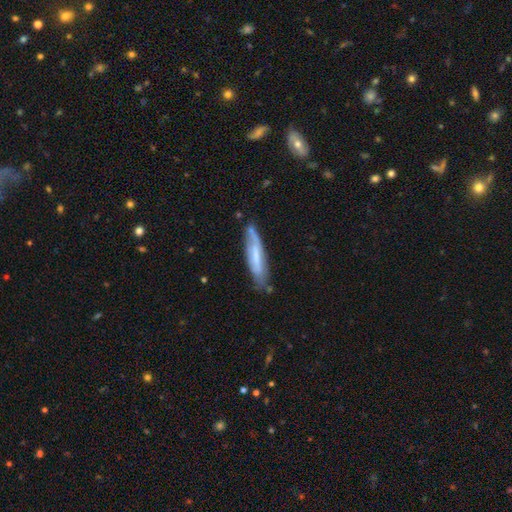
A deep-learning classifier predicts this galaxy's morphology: Q: Smooth or featured?
A: featured or disk (55%); runner-up: smooth (39%)
Q: Edge-on disk?
A: yes (52%); runner-up: no (48%)
Q: Merging?
A: none (65%); runner-up: minor disturbance (25%)